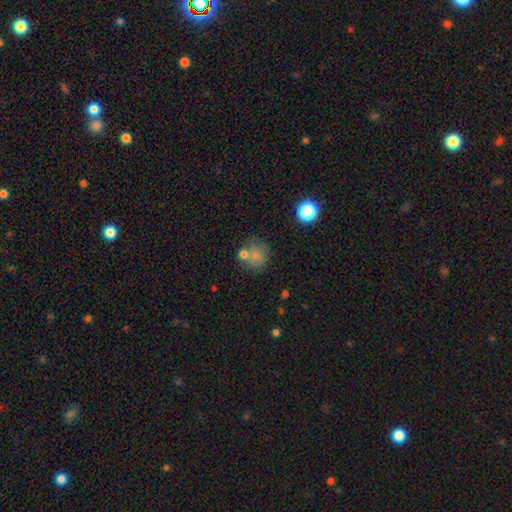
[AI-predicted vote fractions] smooth-or-featured: smooth: 71% | featured or disk: 15% | star or artifact: 13%
  how-rounded: round: 83% | in between: 16% | cigar-shaped: 1%
  merging: none: 53% | merger: 22% | minor disturbance: 16% | major disturbance: 9%